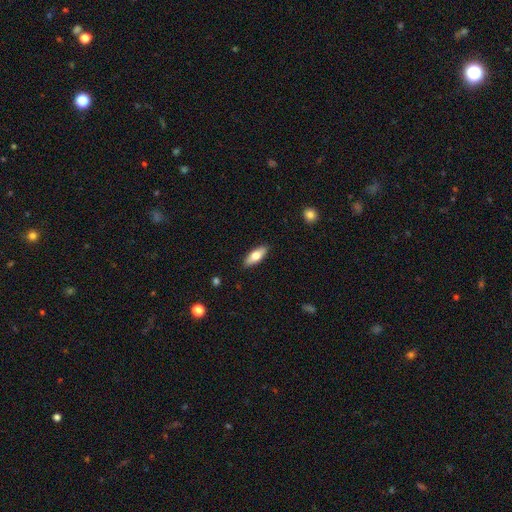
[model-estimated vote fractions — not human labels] Smooth or featured? Predicted: smooth (p=0.68). How rounded? Predicted: in between (p=0.68). Merging? Predicted: none (p=0.89).